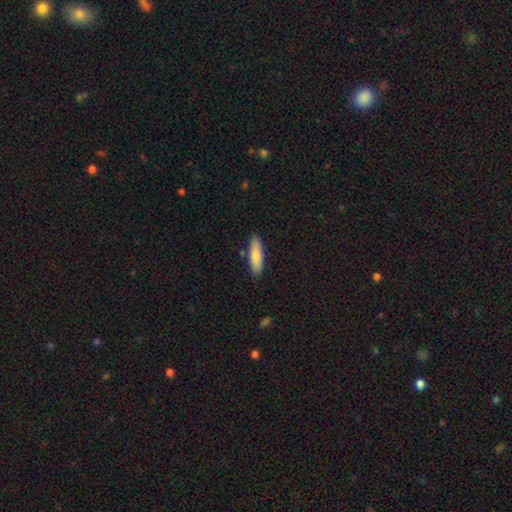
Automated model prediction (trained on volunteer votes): Q: Smooth or featured?
A: smooth (83%); runner-up: featured or disk (12%)
Q: How rounded?
A: cigar-shaped (53%); runner-up: in between (45%)
Q: Merging?
A: none (84%); runner-up: minor disturbance (11%)